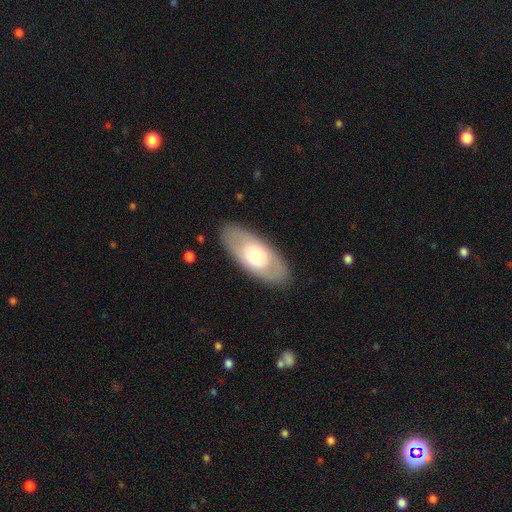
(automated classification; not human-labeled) Morphology: type=smooth (54%); roundness=in between (88%); merging=none (85%).